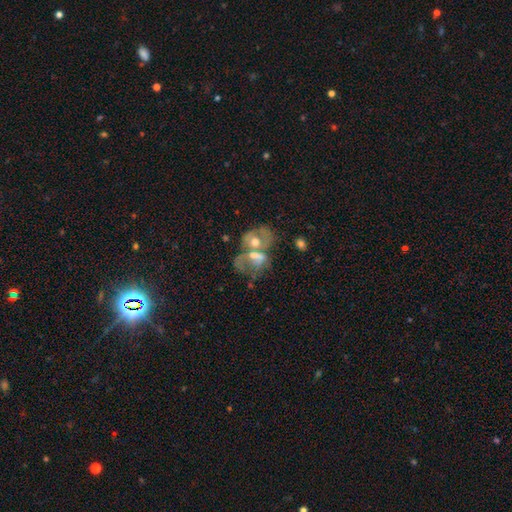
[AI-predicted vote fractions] This appears to be a featured or disk galaxy (56%) with no bar (74%), no spiral arms (65%) and a moderate central bulge (60%). Merging: merger (63%).